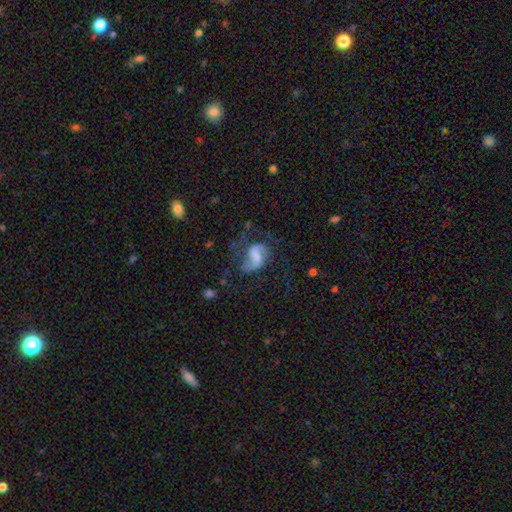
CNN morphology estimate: smooth-or-featured: featured or disk: 71% | smooth: 20% | star or artifact: 9%
  disk-edge-on: no: 98% | yes: 2%
    bar: weak: 49% | strong: 28% | no: 22%
    has-spiral-arms: yes: 89% | no: 11%
      spiral-winding: loose: 49% | medium: 41% | tight: 10%
      spiral-arm-count: 2: 84% | 1: 7% | can't tell: 6% | 3: 2% | 4: 1% | more than 4: 1%
    bulge-size: none: 33% | small: 26% | moderate: 26% | large: 13% | dominant: 2%
  merging: none: 48% | major disturbance: 28% | minor disturbance: 21% | merger: 3%